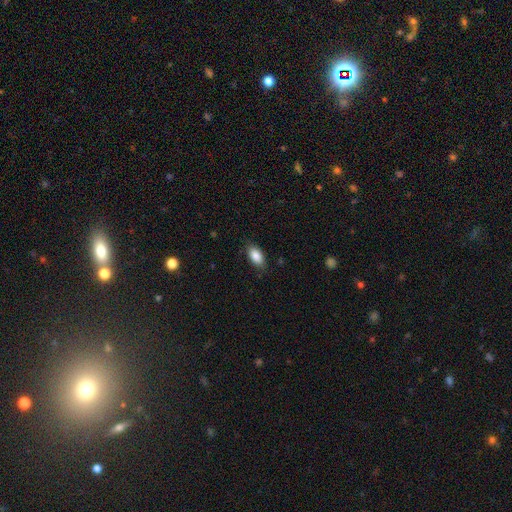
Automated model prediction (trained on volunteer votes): Morphology: type=smooth (87%); roundness=in between (92%); merging=none (85%).